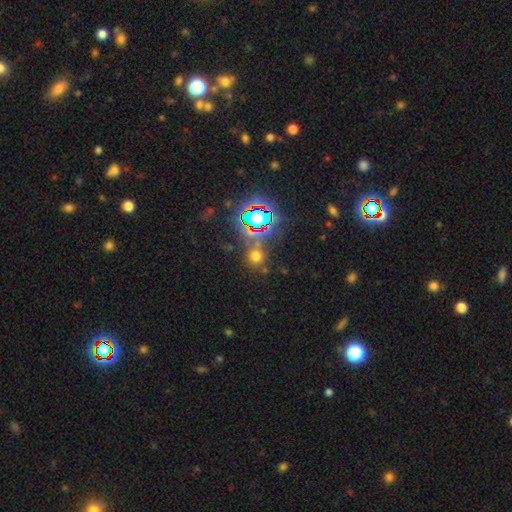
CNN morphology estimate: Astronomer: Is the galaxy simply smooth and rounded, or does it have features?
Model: smooth — 54% (runner-up: star or artifact, 39%).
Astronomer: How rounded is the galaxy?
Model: round — 87%.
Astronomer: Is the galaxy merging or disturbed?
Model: none — 74%.